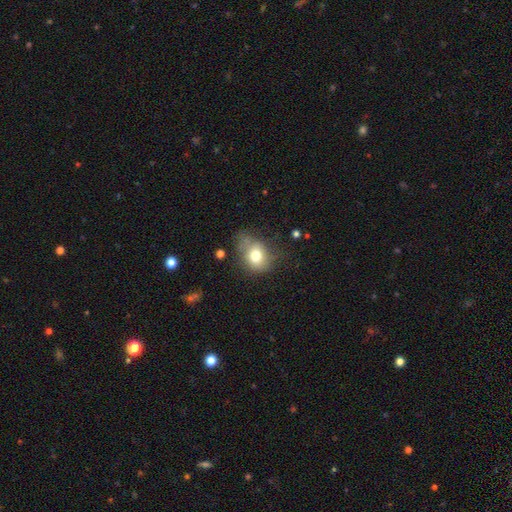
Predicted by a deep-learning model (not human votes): smooth-or-featured: smooth: 73% | featured or disk: 16% | star or artifact: 11%
  how-rounded: in between: 51% | round: 47% | cigar-shaped: 1%
  merging: none: 45% | minor disturbance: 33% | major disturbance: 18% | merger: 4%